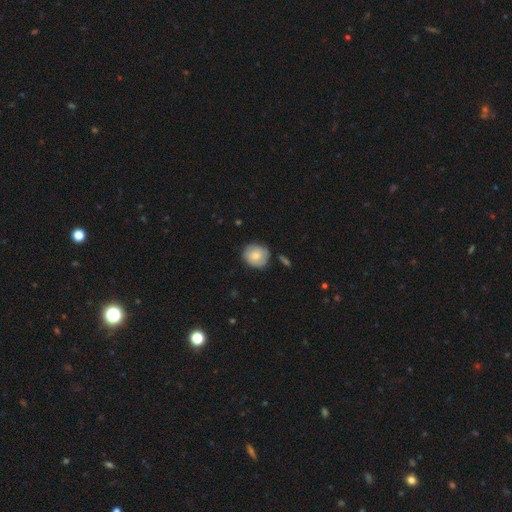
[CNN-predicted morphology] Smooth or featured? Predicted: smooth (p=0.71). How rounded? Predicted: round (p=0.84). Merging? Predicted: none (p=0.77).